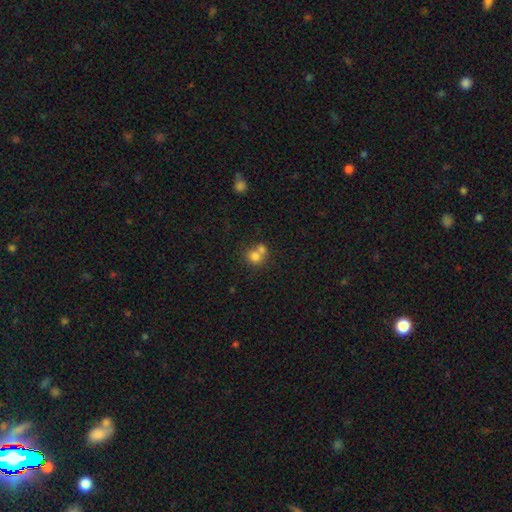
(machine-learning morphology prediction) A smooth galaxy with no disk features (76%) that is round (80%). Merging: merger (52%).